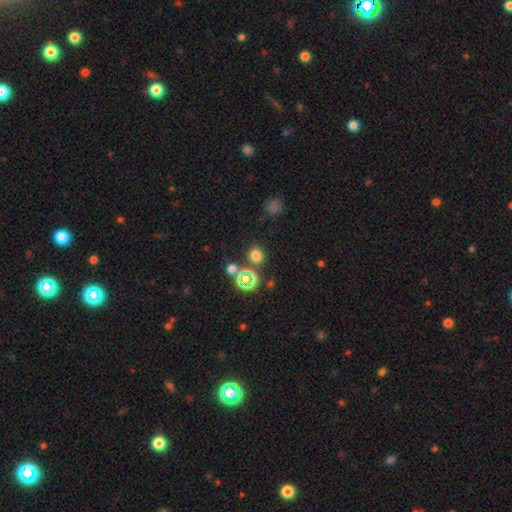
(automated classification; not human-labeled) Smooth or featured? smooth (68%)
How rounded? round (85%)
Merging? none (80%)